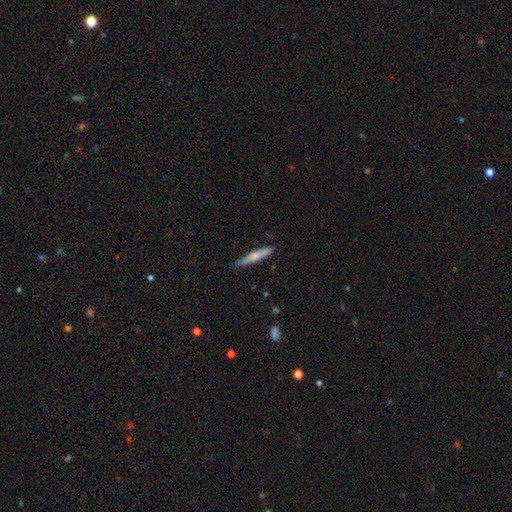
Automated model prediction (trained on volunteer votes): Overall: smooth (62%; featured or disk 33%). How rounded: cigar-shaped (92%). Merging: none (86%).